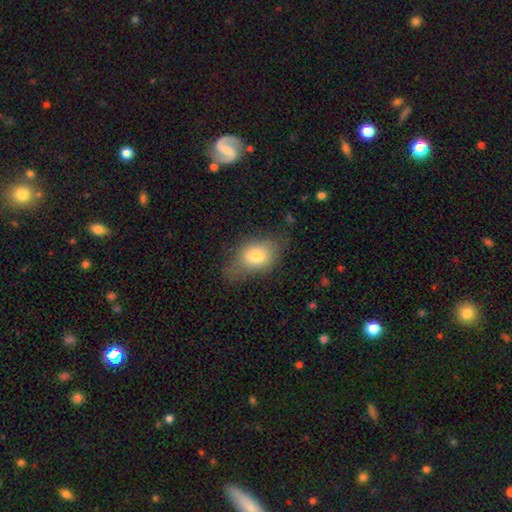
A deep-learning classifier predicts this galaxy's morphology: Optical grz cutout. It shows a smooth galaxy with no disk features (74%) that is in between round and cigar-shaped (71%). Merging: none (55%).